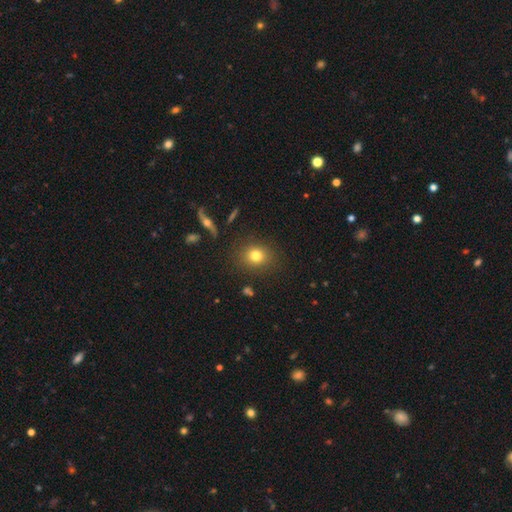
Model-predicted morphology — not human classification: Smooth or featured? Predicted: smooth (p=0.77). How rounded? Predicted: round (p=0.77). Merging? Predicted: none (p=0.86).